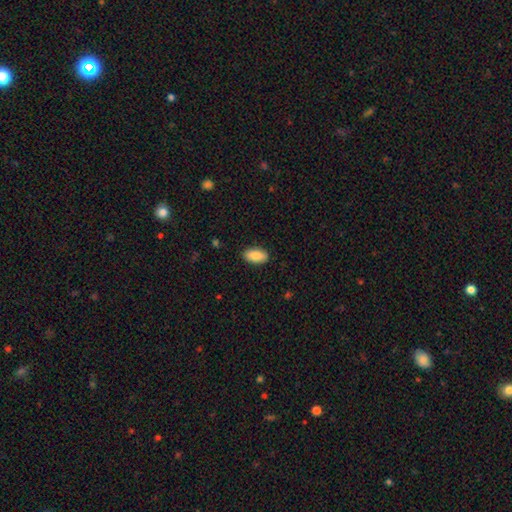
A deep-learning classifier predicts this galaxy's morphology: Overall: smooth (86%). How rounded: in between (93%). Merging: none (89%).